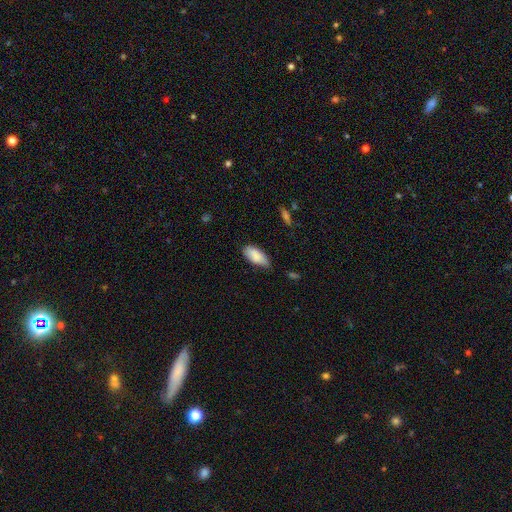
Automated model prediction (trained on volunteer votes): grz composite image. It shows a smooth galaxy with no disk features (86%) that is in between round and cigar-shaped (89%). Merging: none (62%).